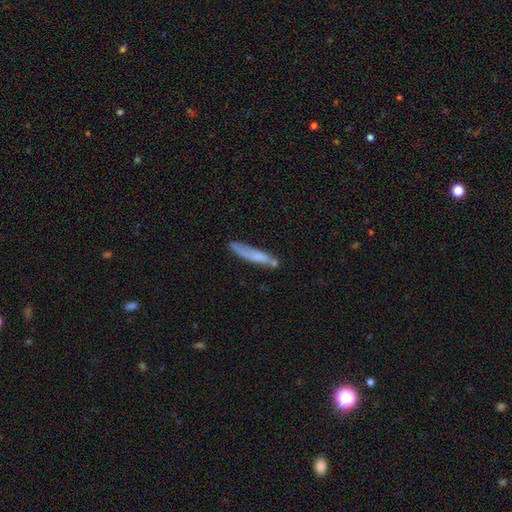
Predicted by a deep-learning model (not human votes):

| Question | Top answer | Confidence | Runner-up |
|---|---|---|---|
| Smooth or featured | smooth | 65% | featured or disk (28%) |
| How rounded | cigar-shaped | 91% | in between (8%) |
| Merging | none | 64% | minor disturbance (22%) |